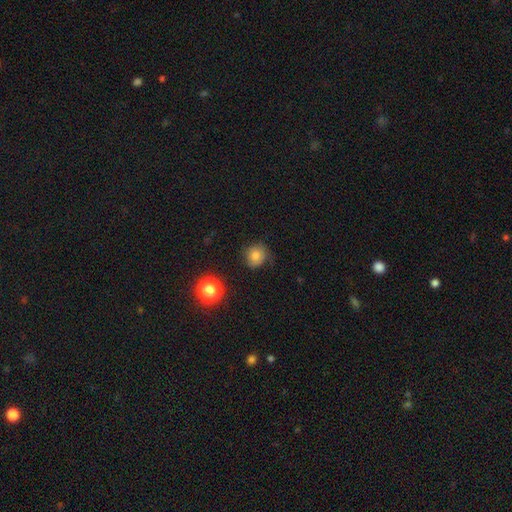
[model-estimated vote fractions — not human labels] Q: Smooth or featured?
A: smooth (79%); runner-up: star or artifact (13%)
Q: How rounded?
A: round (84%); runner-up: in between (15%)
Q: Merging?
A: none (73%); runner-up: minor disturbance (20%)